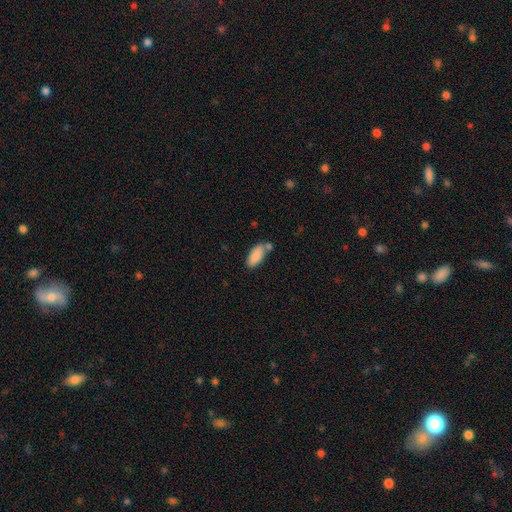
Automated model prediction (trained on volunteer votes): Smooth or featured? smooth (87%)
How rounded? in between (87%)
Merging? none (59%)